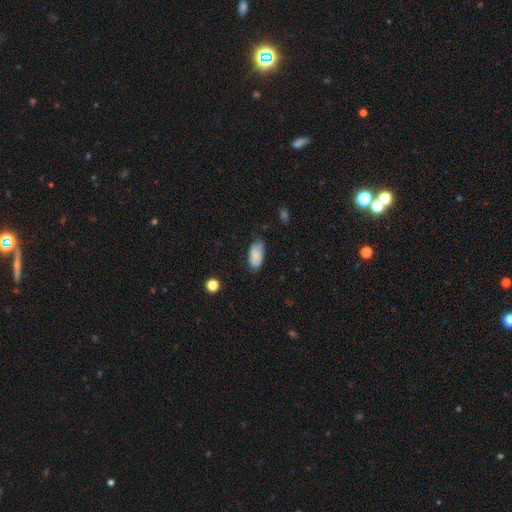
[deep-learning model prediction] Q: Smooth or featured?
A: smooth (80%); runner-up: featured or disk (13%)
Q: How rounded?
A: in between (93%); runner-up: cigar-shaped (4%)
Q: Merging?
A: none (67%); runner-up: minor disturbance (26%)